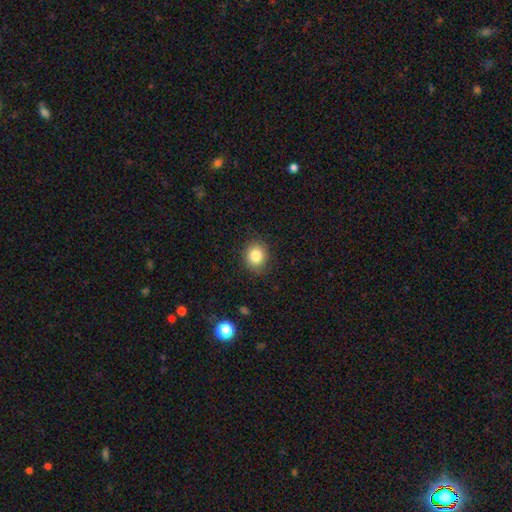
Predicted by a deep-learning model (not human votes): smooth_or_featured: smooth (p=0.83) [alt: star or artifact p=0.10]
how_rounded: round (p=0.75) [alt: in between p=0.25]
merging: none (p=0.87) [alt: minor disturbance p=0.10]